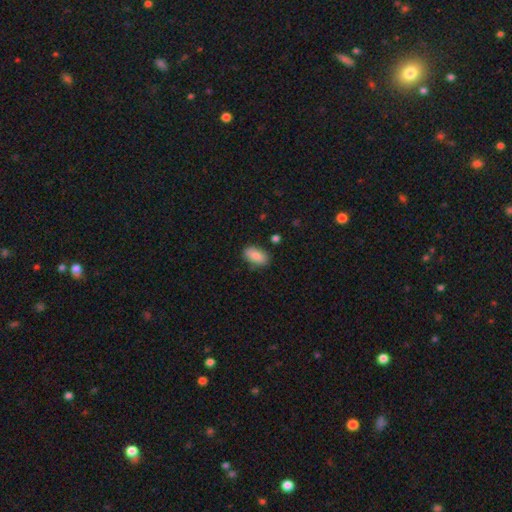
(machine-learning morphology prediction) Smooth or featured? smooth (87%)
How rounded? in between (93%)
Merging? none (81%)